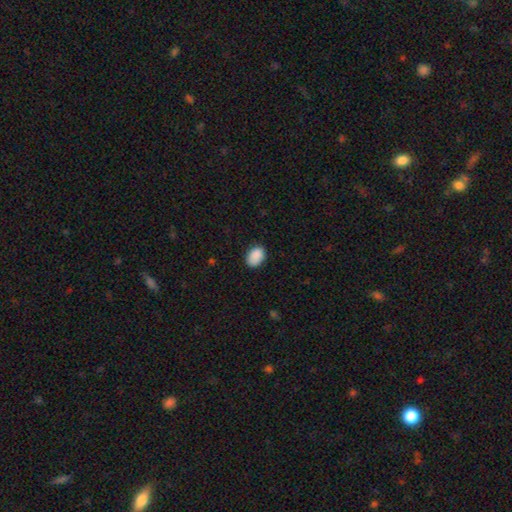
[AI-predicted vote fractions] Smooth or featured?
  - smooth: 90% *
  - star or artifact: 7%
  - featured or disk: 3%
How rounded?
  - in between: 82% *
  - round: 17%
  - cigar-shaped: 1%
Merging?
  - none: 82% *
  - minor disturbance: 14%
  - major disturbance: 3%
  - merger: 1%